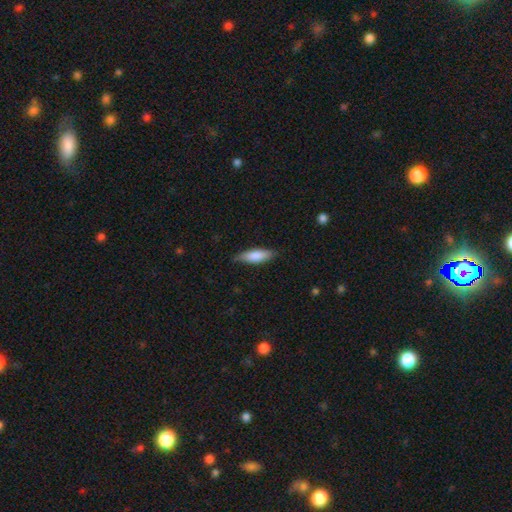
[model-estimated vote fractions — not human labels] Morphology: type=smooth (81%); roundness=in between (54%); merging=none (80%).